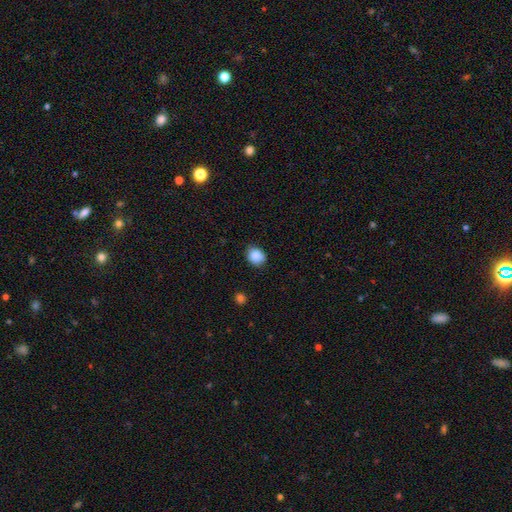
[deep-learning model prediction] This appears to be a smooth galaxy with no disk features (87%) that is round (67%). Merging: none (82%).